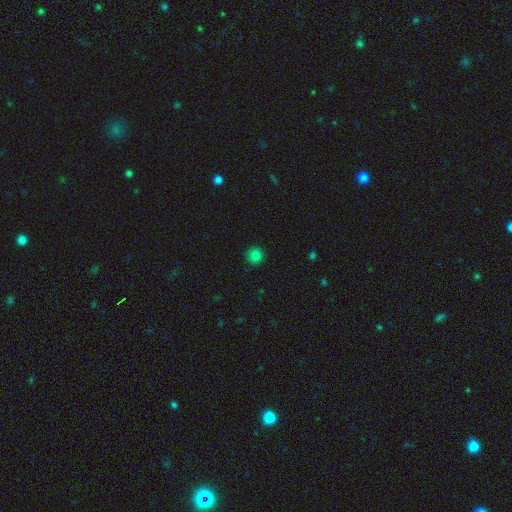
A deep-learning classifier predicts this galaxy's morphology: A smooth galaxy with no disk features (81%) that is round (94%).

Vote fractions:
- Smooth or featured? smooth: 81% / star or artifact: 13% / featured or disk: 6%
- How rounded? round: 94% / in between: 5% / cigar-shaped: 1%
- Merging? none: 91% / minor disturbance: 7% / major disturbance: 2% / merger: 1%